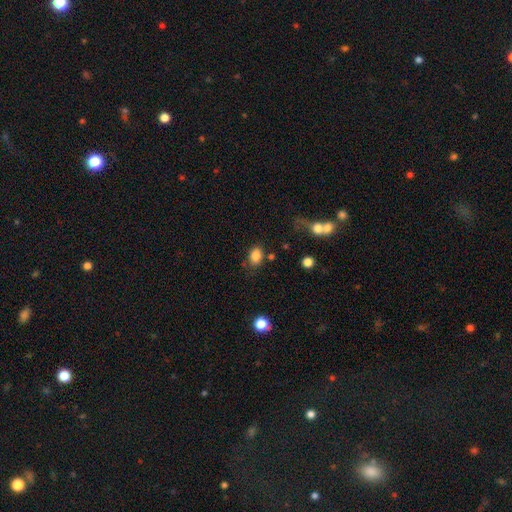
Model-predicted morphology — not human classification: Smooth or featured? Predicted: smooth (p=0.84). How rounded? Predicted: in between (p=0.72). Merging? Predicted: none (p=0.74).